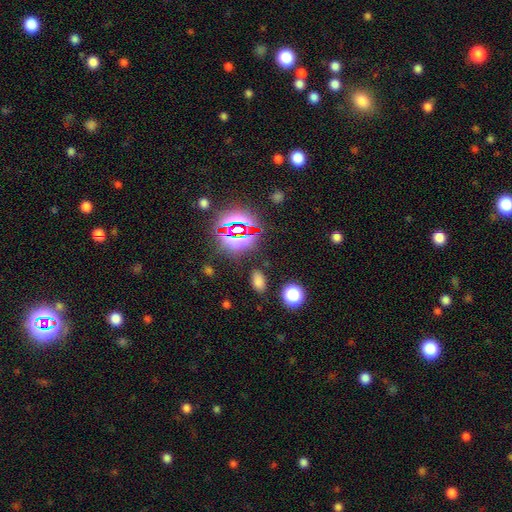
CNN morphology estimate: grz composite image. It shows a star or artifact, not a galaxy (78%).